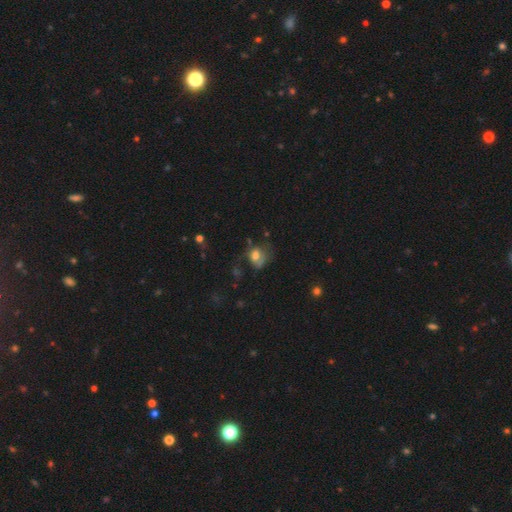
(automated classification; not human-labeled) The model was most divided on "how rounded": round: 50%, in between: 49%, cigar-shaped: 1%. Remaining: smooth or featured — smooth (63%); merging — major disturbance (35%).